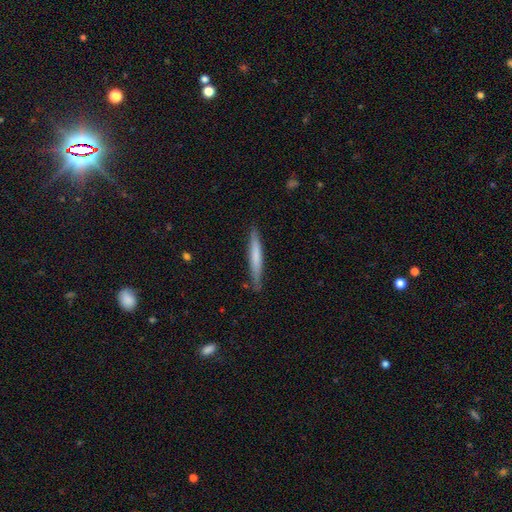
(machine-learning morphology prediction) A smooth galaxy with no disk features (64%) that is cigar-shaped (95%). Merging: none (85%).